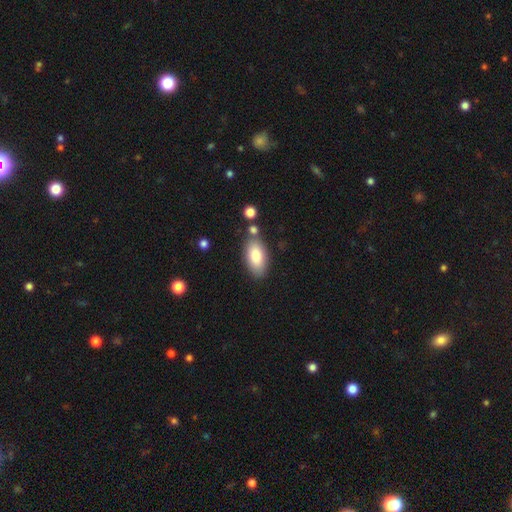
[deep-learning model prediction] Q: Smooth or featured?
A: smooth (83%); runner-up: featured or disk (10%)
Q: How rounded?
A: in between (92%); runner-up: cigar-shaped (5%)
Q: Merging?
A: none (75%); runner-up: minor disturbance (13%)